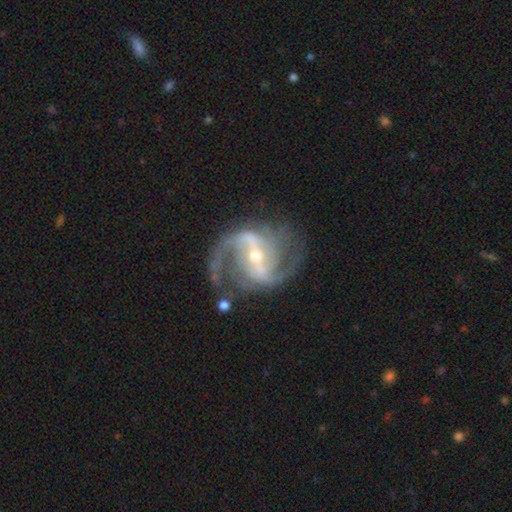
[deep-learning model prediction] The model was most divided on "bulge size": small: 56%, moderate: 40%, large: 2%, none: 1%, dominant: 1%. More confident: spiral arms — yes (97%); edge-on disk — no (97%); smooth or featured — featured or disk (91%); spiral arm count — 2 (80%); merging — none (69%); bar — strong (59%); spiral winding — medium (51%).